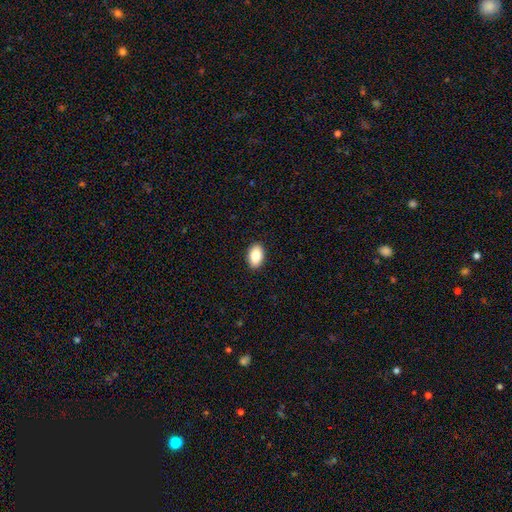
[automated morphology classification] type=smooth (84%); roundness=in between (90%); merging=none (90%).